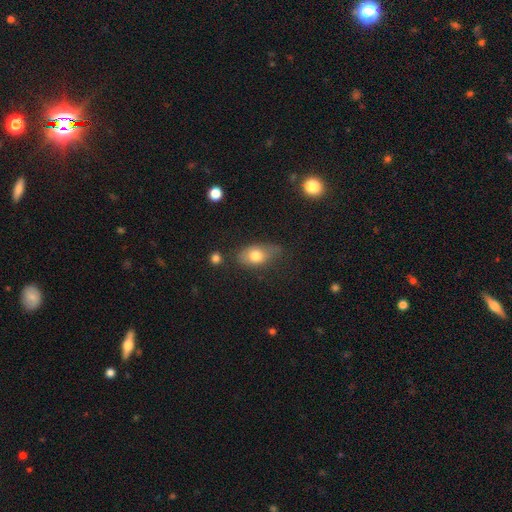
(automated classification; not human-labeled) smooth-or-featured: smooth: 74% | featured or disk: 18% | star or artifact: 8%
  how-rounded: in between: 85% | round: 11% | cigar-shaped: 5%
  merging: none: 54% | minor disturbance: 31% | major disturbance: 11% | merger: 4%